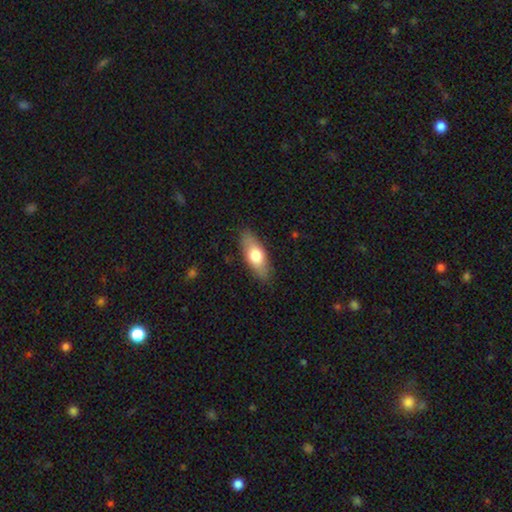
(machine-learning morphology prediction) Smooth or featured?
  - smooth: 68% *
  - featured or disk: 26%
  - star or artifact: 6%
How rounded?
  - in between: 72% *
  - cigar-shaped: 25%
  - round: 3%
Merging?
  - none: 86% *
  - minor disturbance: 11%
  - major disturbance: 2%
  - merger: 1%